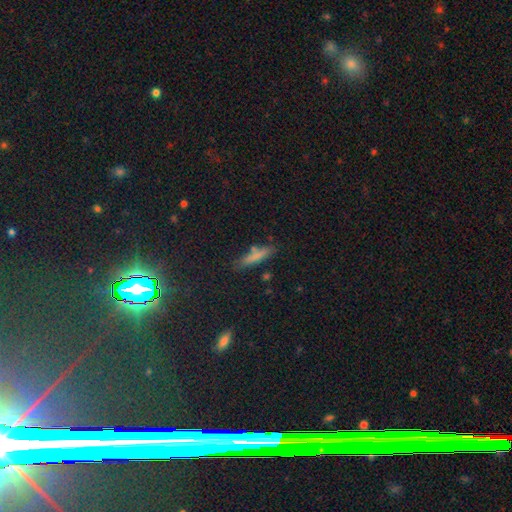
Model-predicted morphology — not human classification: Smooth or featured?
  - smooth: 75% *
  - featured or disk: 14%
  - star or artifact: 11%
How rounded?
  - cigar-shaped: 82% *
  - in between: 15%
  - round: 2%
Merging?
  - none: 79% *
  - minor disturbance: 14%
  - merger: 4%
  - major disturbance: 3%